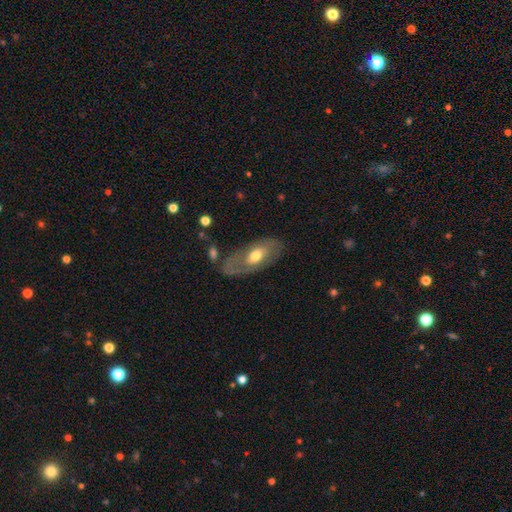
Overall: smooth (53%; featured or disk 39%). How rounded: in between (95%). Merging: minor disturbance (54%; none 26%).